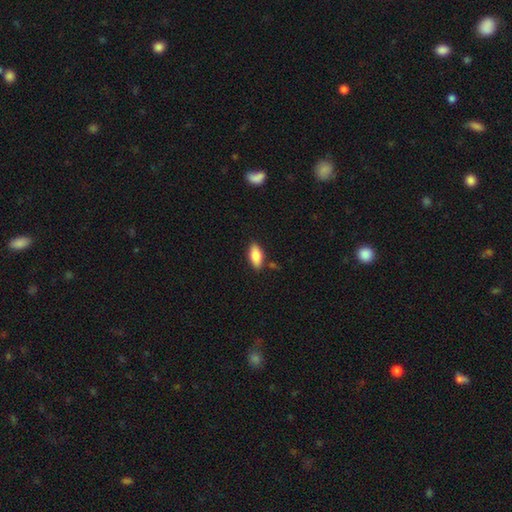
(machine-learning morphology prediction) Overall: smooth (83%). How rounded: in between (88%). Merging: none (83%).